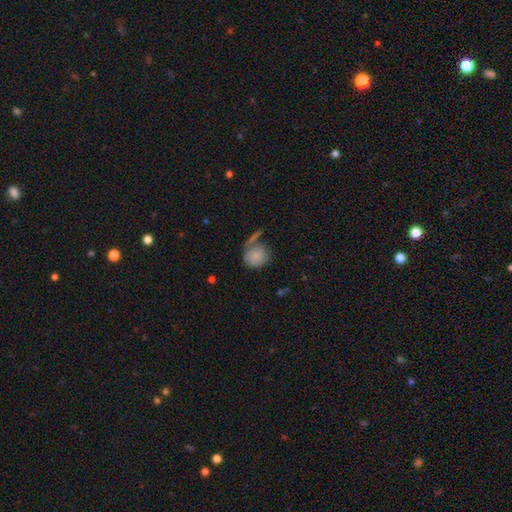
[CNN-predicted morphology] Smooth or featured?
  - smooth: 81% *
  - featured or disk: 12%
  - star or artifact: 8%
How rounded?
  - round: 81% *
  - in between: 17%
  - cigar-shaped: 1%
Merging?
  - none: 52% *
  - minor disturbance: 19%
  - merger: 18%
  - major disturbance: 11%